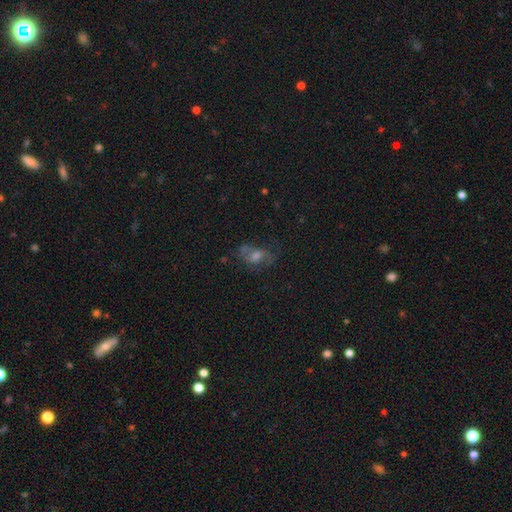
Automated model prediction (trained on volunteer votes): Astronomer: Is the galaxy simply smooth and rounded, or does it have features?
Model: featured or disk — 45% (runner-up: smooth, 36%).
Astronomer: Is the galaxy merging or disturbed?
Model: none — 53%.